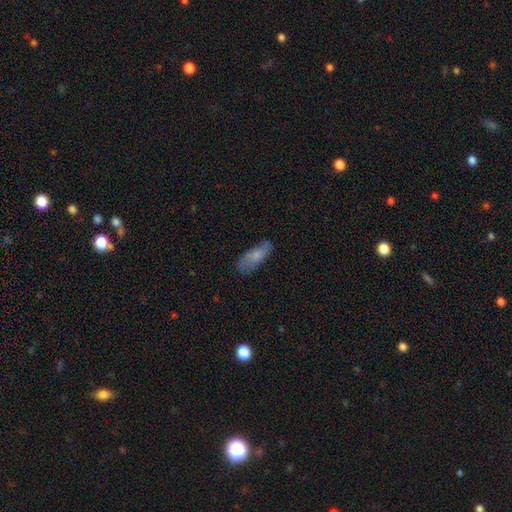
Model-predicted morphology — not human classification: Q: Smooth or featured?
A: smooth (67%); runner-up: featured or disk (25%)
Q: How rounded?
A: in between (70%); runner-up: cigar-shaped (28%)
Q: Merging?
A: none (64%); runner-up: minor disturbance (26%)